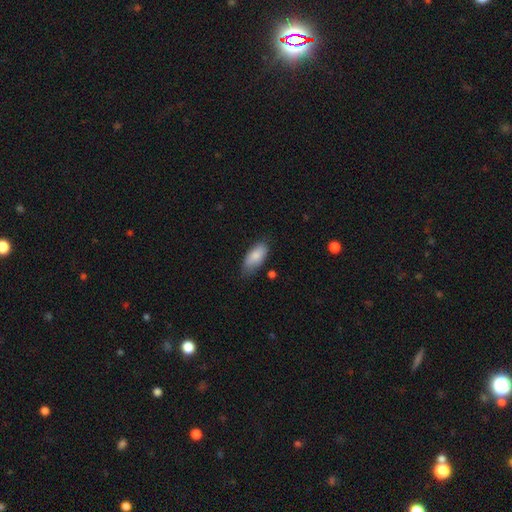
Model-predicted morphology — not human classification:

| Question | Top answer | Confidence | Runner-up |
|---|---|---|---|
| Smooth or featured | smooth | 83% | featured or disk (11%) |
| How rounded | in between | 89% | cigar-shaped (8%) |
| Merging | none | 67% | minor disturbance (26%) |